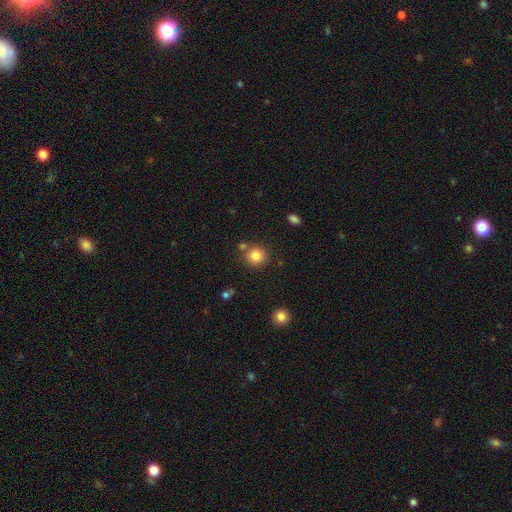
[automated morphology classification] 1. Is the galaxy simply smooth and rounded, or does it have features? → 82% smooth, 11% star or artifact, 7% featured or disk.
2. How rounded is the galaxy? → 91% round, 8% in between, 1% cigar-shaped.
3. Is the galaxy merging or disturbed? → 77% none, 12% merger, 9% minor disturbance, 3% major disturbance.